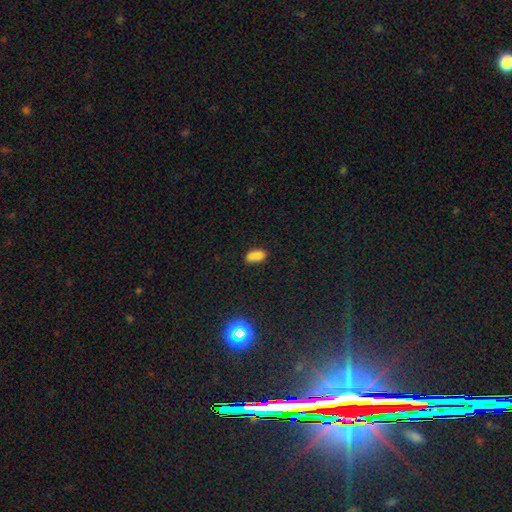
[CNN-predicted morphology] This appears to be a smooth galaxy with no disk features (72%) that is in between round and cigar-shaped (79%). Merging: merger (44%).